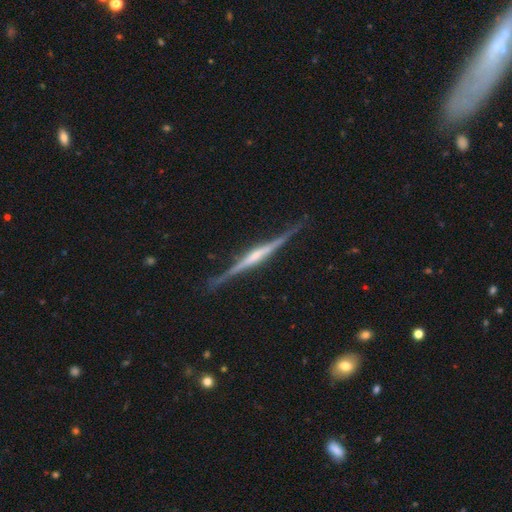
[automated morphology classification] Smooth or featured: featured or disk — 83% (smooth — 12%)
Edge-on disk: yes — 98% (no — 2%)
Edge-on bulge: rounded — 46% (none — 30%)
Merging: none — 83% (minor disturbance — 12%)